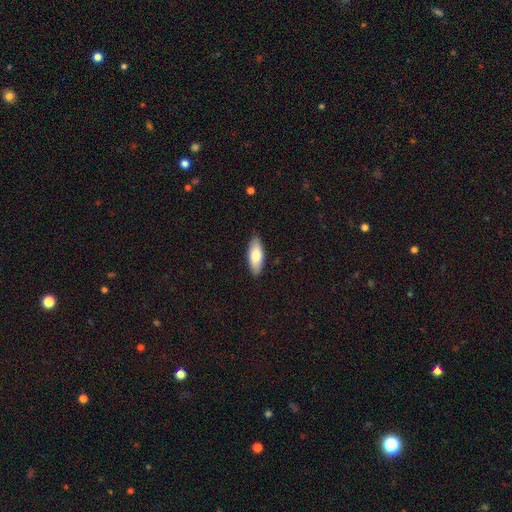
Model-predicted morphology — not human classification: smooth 76%, featured or disk 19%, star or artifact 5%. Down the decision tree: how rounded — in between (75%); merging — none (88%).